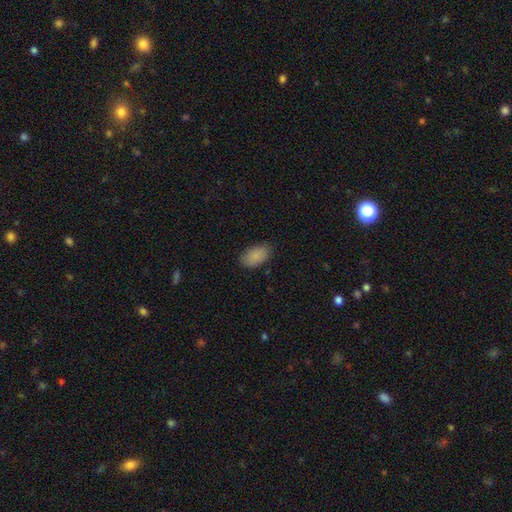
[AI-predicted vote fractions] smooth-or-featured: smooth: 88% | star or artifact: 7% | featured or disk: 5%
  how-rounded: in between: 93% | round: 5% | cigar-shaped: 2%
  merging: none: 83% | minor disturbance: 13% | major disturbance: 3% | merger: 1%